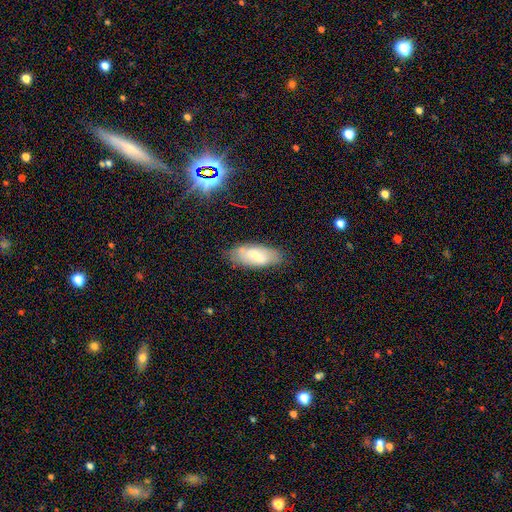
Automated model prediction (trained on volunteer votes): Smooth or featured?
  - smooth: 58% *
  - featured or disk: 34%
  - star or artifact: 8%
How rounded?
  - in between: 78% *
  - cigar-shaped: 20%
  - round: 2%
Merging?
  - none: 73% *
  - minor disturbance: 19%
  - major disturbance: 5%
  - merger: 2%